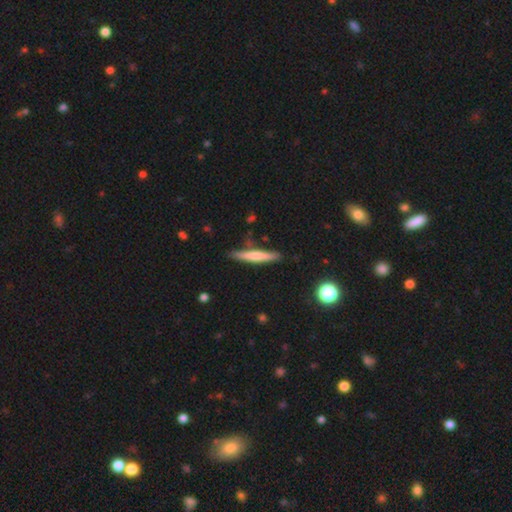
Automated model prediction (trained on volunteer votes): smooth_or_featured: smooth (p=0.60) [alt: featured or disk p=0.34]
how_rounded: cigar-shaped (p=0.93) [alt: in between p=0.05]
merging: none (p=0.81) [alt: minor disturbance p=0.13]